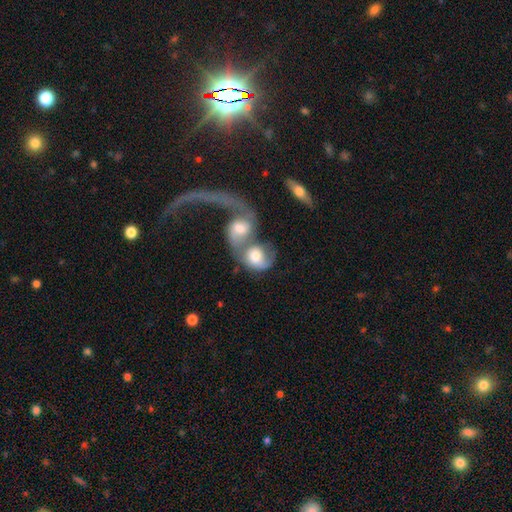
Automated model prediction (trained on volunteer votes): A featured or disk galaxy (49%). Merging: merger (79%).